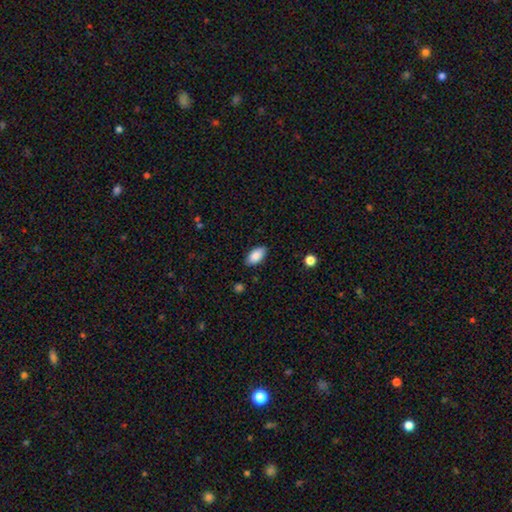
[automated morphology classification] Smooth or featured: smooth — 87% (star or artifact — 7%)
How rounded: in between — 94% (cigar-shaped — 3%)
Merging: none — 86% (minor disturbance — 10%)